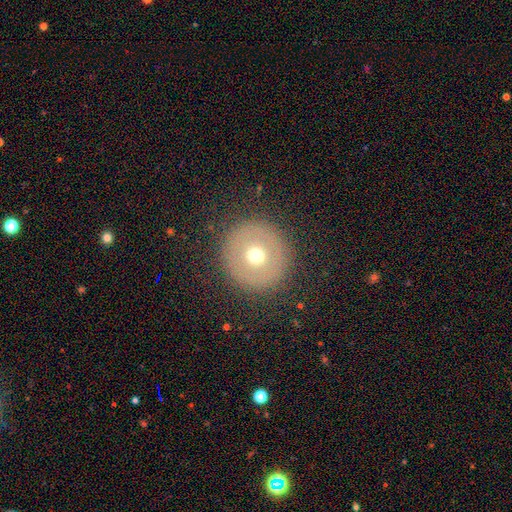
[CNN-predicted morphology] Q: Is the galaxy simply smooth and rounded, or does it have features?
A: smooth — 56%.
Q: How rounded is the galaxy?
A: round — 95%.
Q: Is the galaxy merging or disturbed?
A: none — 88%.